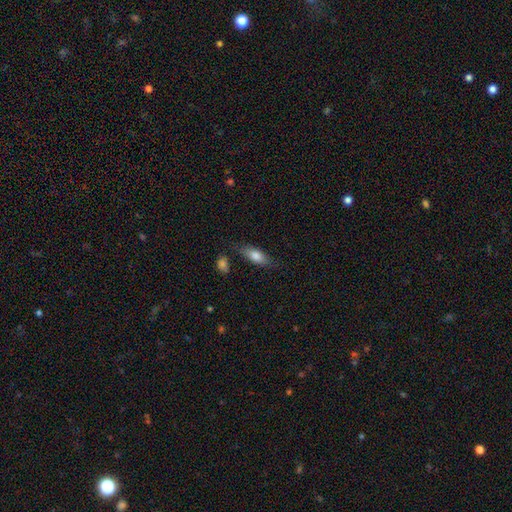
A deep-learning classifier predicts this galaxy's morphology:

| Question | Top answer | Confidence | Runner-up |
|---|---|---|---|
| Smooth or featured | smooth | 77% | featured or disk (16%) |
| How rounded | in between | 73% | cigar-shaped (24%) |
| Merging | none | 72% | minor disturbance (17%) |